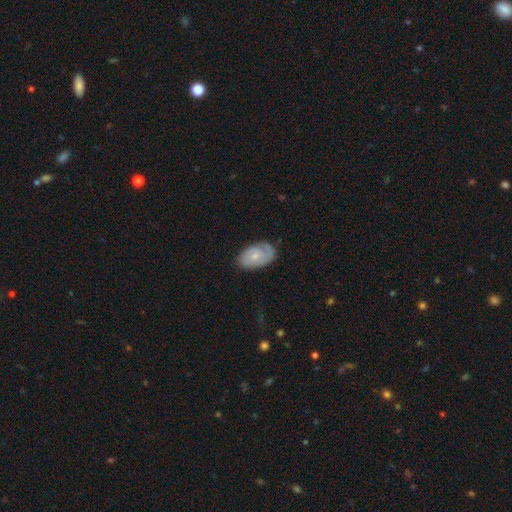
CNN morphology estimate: A featured or disk galaxy (55%) with no bar (76%), spiral arms (78%) and a small central bulge (63%).

Vote fractions:
- Smooth or featured? featured or disk: 55% / smooth: 39% / star or artifact: 6%
- Edge-on disk? no: 95% / yes: 5%
- Bar? no: 76% / weak: 21% / strong: 3%
- Spiral arms? yes: 78% / no: 22%
- Bulge size? small: 63% / moderate: 31% / none: 3% / large: 1% / dominant: 1%
- Merging? none: 65% / minor disturbance: 25% / major disturbance: 8% / merger: 2%